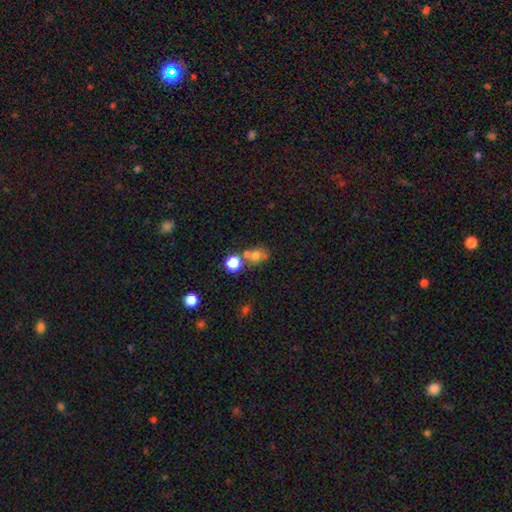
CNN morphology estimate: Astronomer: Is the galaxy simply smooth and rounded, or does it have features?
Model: smooth — 65%.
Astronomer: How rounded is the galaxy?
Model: round — 70%.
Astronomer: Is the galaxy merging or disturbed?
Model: none — 46% (runner-up: merger, 38%).